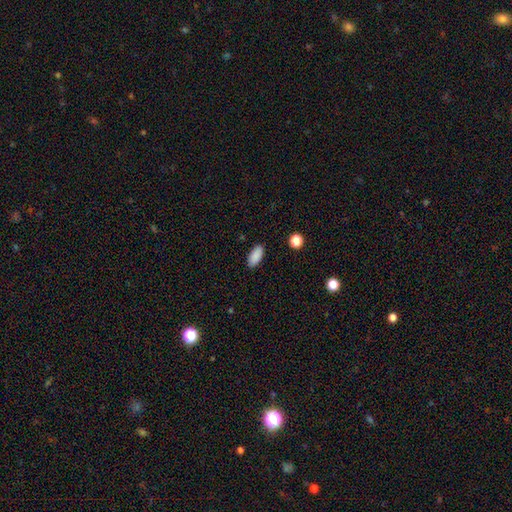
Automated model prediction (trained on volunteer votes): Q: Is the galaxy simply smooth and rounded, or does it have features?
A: smooth — 89%.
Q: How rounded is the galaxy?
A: in between — 88%.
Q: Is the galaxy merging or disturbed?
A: none — 89%.